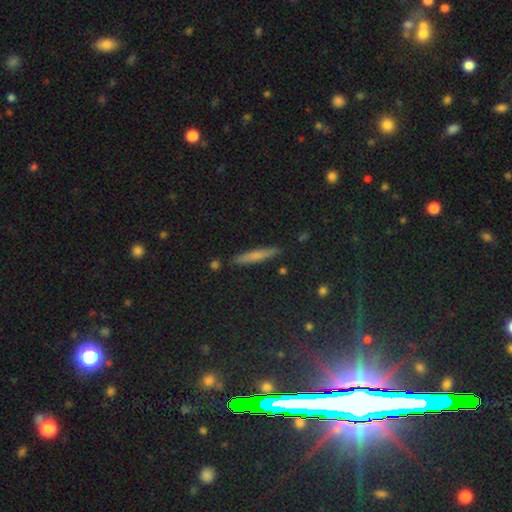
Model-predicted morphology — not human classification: A smooth galaxy with no disk features (64%) that is cigar-shaped (93%).

Vote fractions:
- Smooth or featured? smooth: 64% / featured or disk: 26% / star or artifact: 10%
- How rounded? cigar-shaped: 93% / in between: 5% / round: 2%
- Merging? none: 88% / minor disturbance: 8% / merger: 2% / major disturbance: 2%